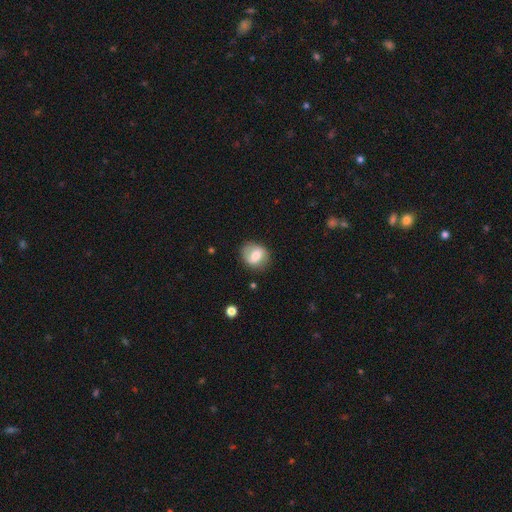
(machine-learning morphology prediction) Smooth or featured? smooth (64%)
How rounded? round (65%)
Merging? none (77%)